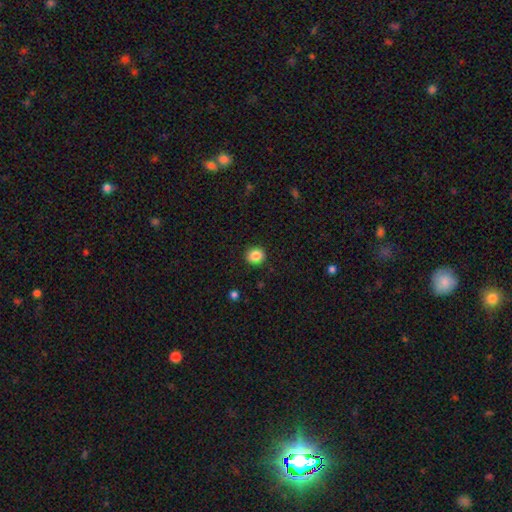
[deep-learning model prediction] Q: Smooth or featured?
A: smooth (87%); runner-up: star or artifact (9%)
Q: How rounded?
A: round (87%); runner-up: in between (12%)
Q: Merging?
A: none (91%); runner-up: minor disturbance (6%)